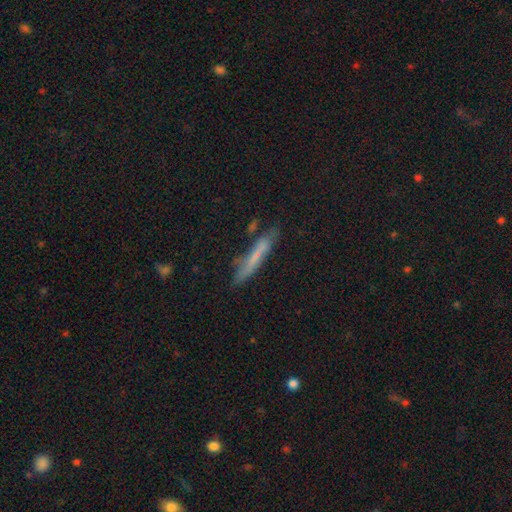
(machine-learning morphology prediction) Q: Smooth or featured?
A: smooth (52%); runner-up: featured or disk (38%)
Q: How rounded?
A: cigar-shaped (92%); runner-up: in between (6%)
Q: Merging?
A: none (69%); runner-up: minor disturbance (20%)